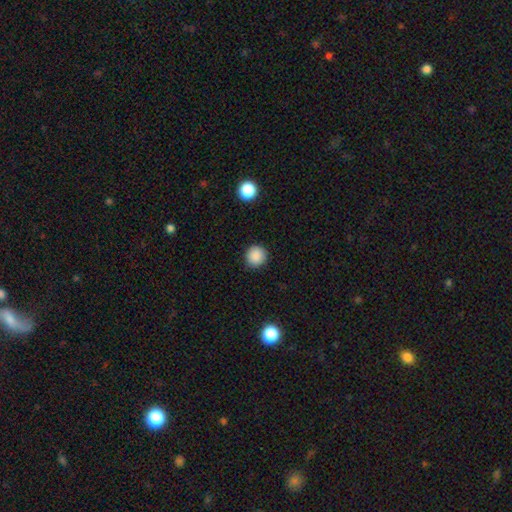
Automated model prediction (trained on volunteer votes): Morphology: type=smooth (88%); roundness=round (95%); merging=none (91%).